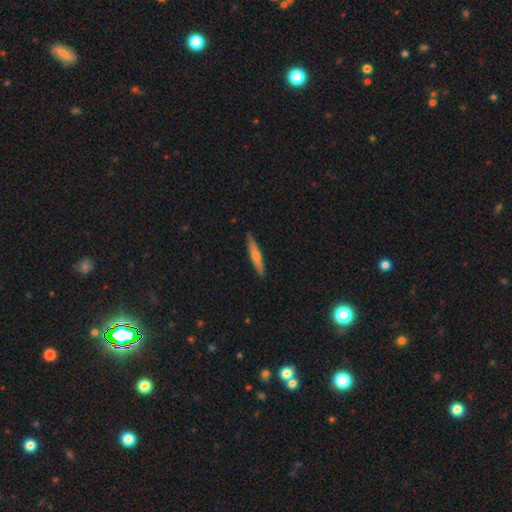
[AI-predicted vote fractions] featured or disk 52%, smooth 42%, star or artifact 6%. Down the decision tree: edge-on disk — yes (96%); merging — none (91%).